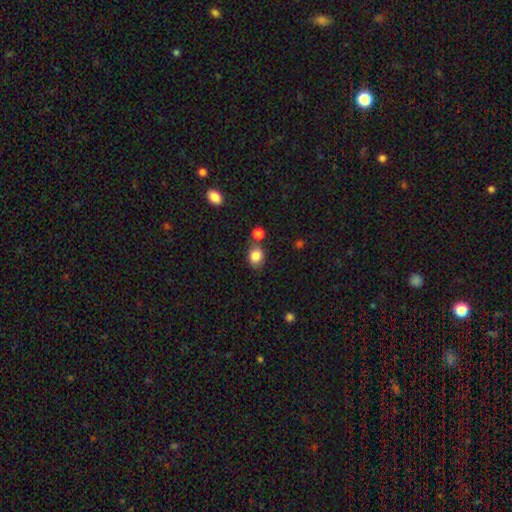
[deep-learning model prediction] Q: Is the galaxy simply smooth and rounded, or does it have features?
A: smooth — 85%.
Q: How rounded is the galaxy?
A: round — 50%.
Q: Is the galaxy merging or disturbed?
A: none — 65%.